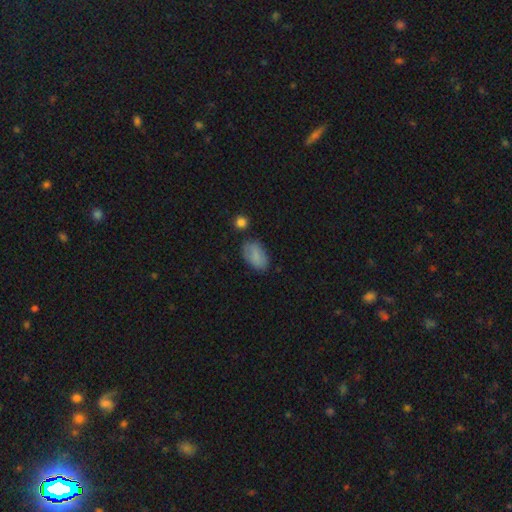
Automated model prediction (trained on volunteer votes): This appears to be a smooth galaxy with no disk features (81%) that is in between round and cigar-shaped (92%). Merging: none (72%).